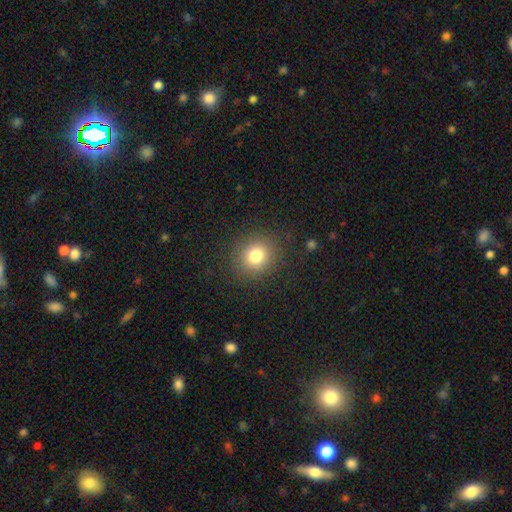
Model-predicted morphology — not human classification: smooth 80%, star or artifact 13%, featured or disk 8%. Down the decision tree: how rounded — round (80%); merging — none (87%).